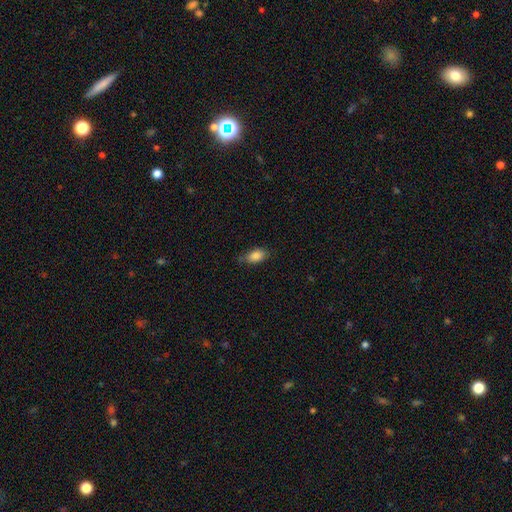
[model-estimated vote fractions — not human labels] Morphology: type=smooth (86%); roundness=in between (89%); merging=none (71%).